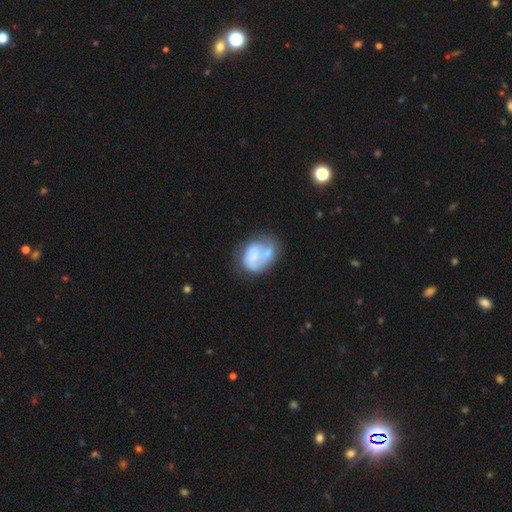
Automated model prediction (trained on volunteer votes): A smooth galaxy with no disk features (55%) that is in between round and cigar-shaped (67%). Merging: none (29%, tied with merger).